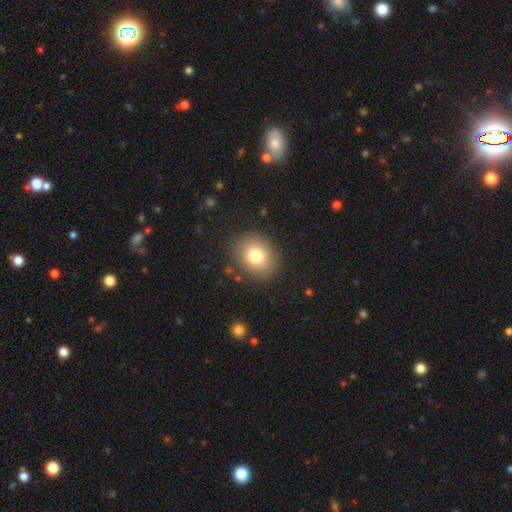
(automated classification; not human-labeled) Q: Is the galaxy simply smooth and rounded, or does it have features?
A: smooth — 79%.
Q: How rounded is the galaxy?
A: round — 53%.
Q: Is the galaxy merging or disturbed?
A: none — 86%.